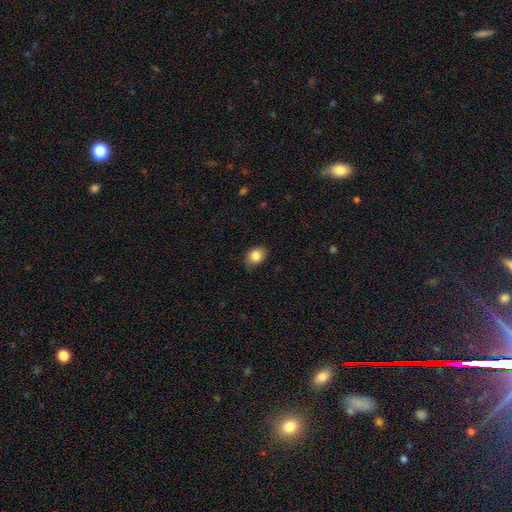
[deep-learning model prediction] Smooth or featured? Predicted: smooth (p=0.84). How rounded? Predicted: in between (p=0.59). Merging? Predicted: none (p=0.73).